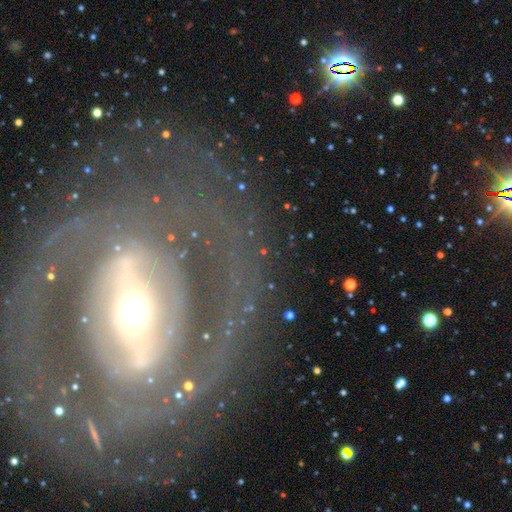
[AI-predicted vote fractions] This appears to be a featured or disk galaxy (81%) with a strong bar (58%), spiral arms (66%) and a moderate central bulge (53%). Merging: none (74%).